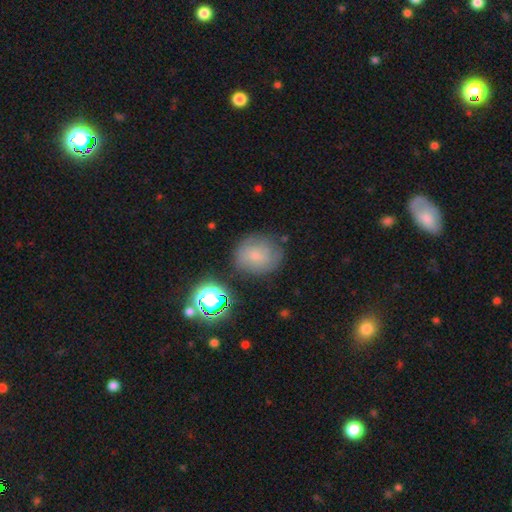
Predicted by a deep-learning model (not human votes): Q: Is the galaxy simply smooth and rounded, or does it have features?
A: smooth — 62%.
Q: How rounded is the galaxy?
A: round — 76%.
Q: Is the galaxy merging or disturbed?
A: none — 71%.